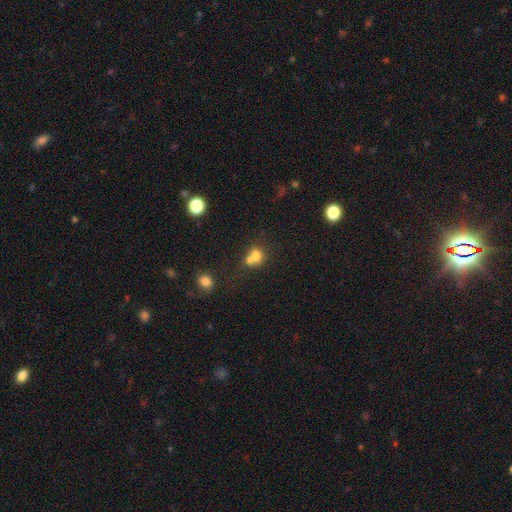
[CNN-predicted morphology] Smooth or featured? Predicted: smooth (p=0.71). How rounded? Predicted: round (p=0.74). Merging? Predicted: merger (p=0.60).